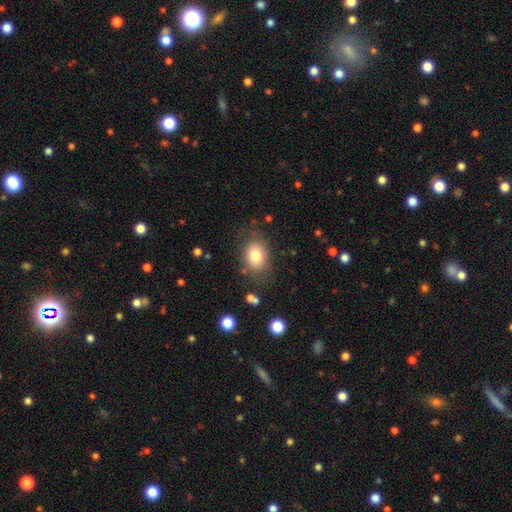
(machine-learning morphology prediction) Overall: smooth (80%). How rounded: in between (66%; round 33%). Merging: none (77%).